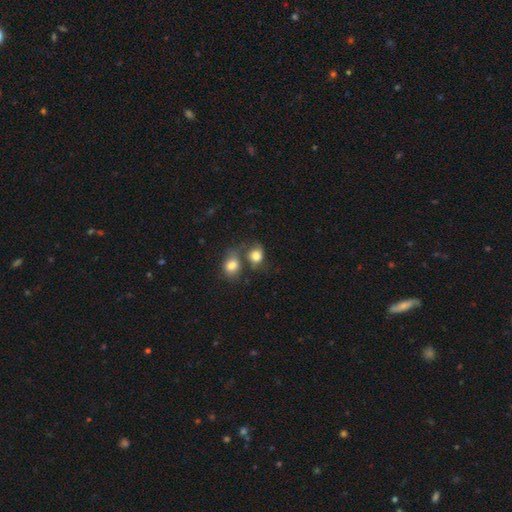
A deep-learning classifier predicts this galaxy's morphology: Smooth or featured: smooth — 79% (featured or disk — 11%)
How rounded: round — 55% (in between — 44%)
Merging: merger — 42% (none — 36%)